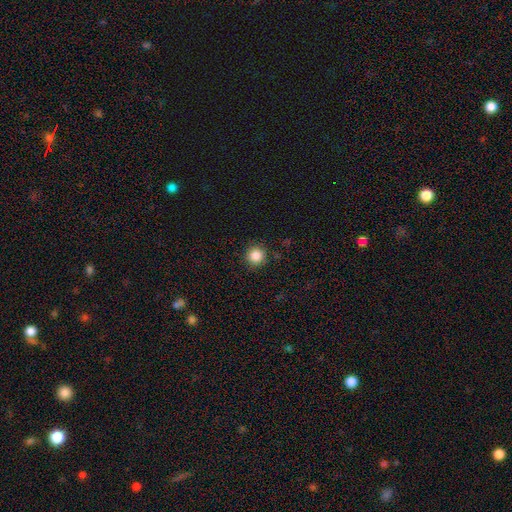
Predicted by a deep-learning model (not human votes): This is clearly a smooth galaxy (86%). How rounded: clearly round (94%). Merging: clearly none (90%).